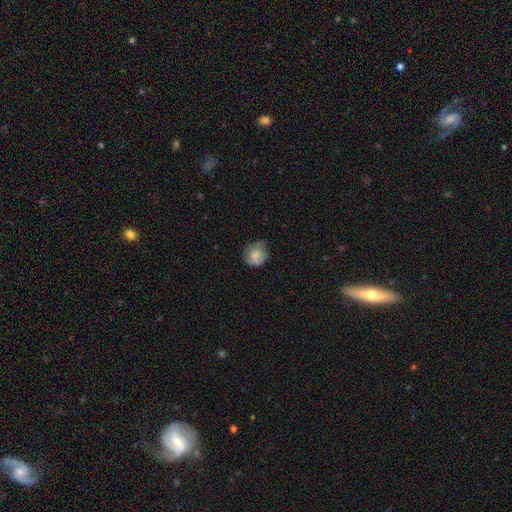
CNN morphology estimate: Smooth or featured: smooth — 72% (featured or disk — 20%)
How rounded: round — 80% (in between — 19%)
Merging: none — 58% (minor disturbance — 30%)